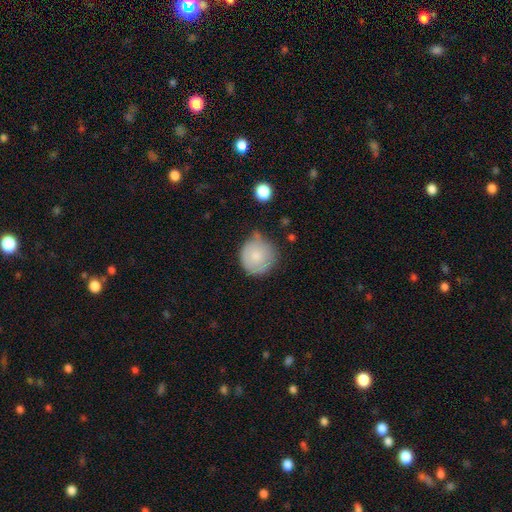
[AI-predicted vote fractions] The model was most divided on "merging": none: 57%, minor disturbance: 30%, major disturbance: 7%, merger: 6%. More confident: how rounded — round (94%); smooth or featured — smooth (79%).